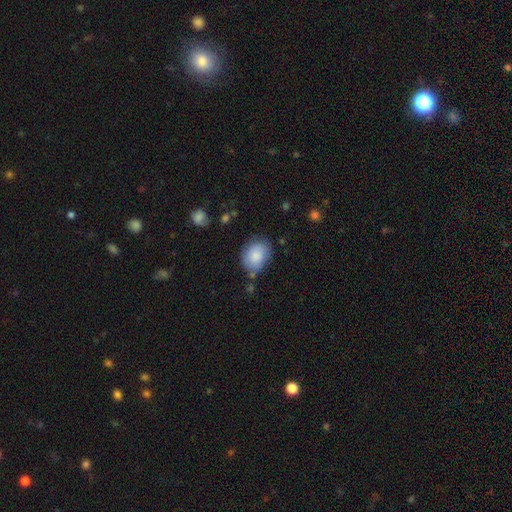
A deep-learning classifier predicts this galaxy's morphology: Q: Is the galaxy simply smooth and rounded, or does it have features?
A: smooth — 85%.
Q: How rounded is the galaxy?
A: in between — 61%.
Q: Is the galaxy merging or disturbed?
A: none — 70%.